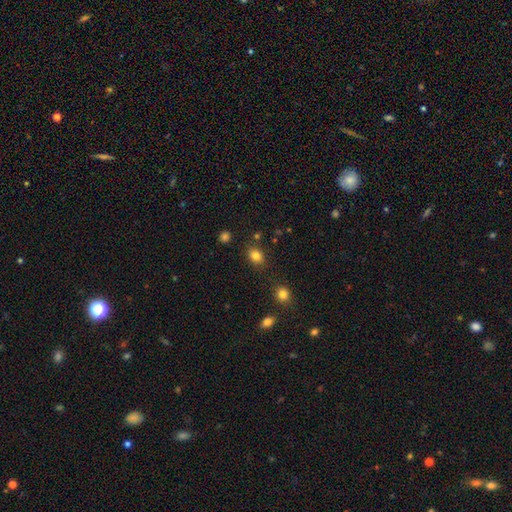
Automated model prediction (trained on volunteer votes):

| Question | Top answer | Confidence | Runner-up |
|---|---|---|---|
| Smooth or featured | smooth | 83% | star or artifact (12%) |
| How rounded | in between | 56% | round (43%) |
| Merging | none | 82% | minor disturbance (11%) |